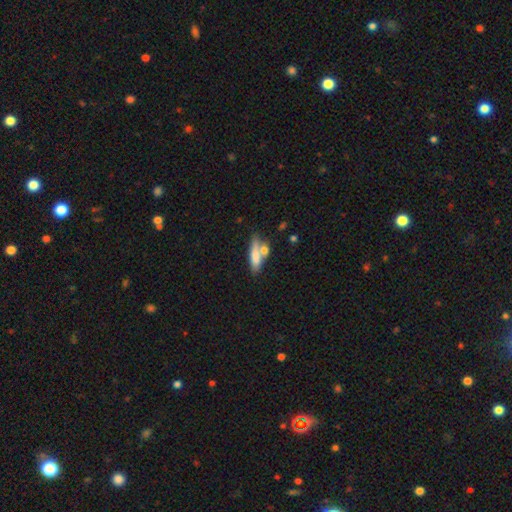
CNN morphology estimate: smooth_or_featured: smooth (p=0.69) [alt: featured or disk p=0.24]
how_rounded: cigar-shaped (p=0.57) [alt: in between p=0.39]
merging: none (p=0.44) [alt: merger p=0.37]